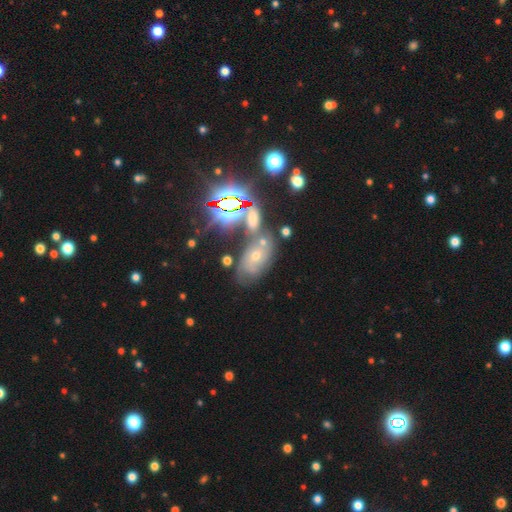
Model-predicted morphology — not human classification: This appears to be a star or artifact, not a galaxy (39%).